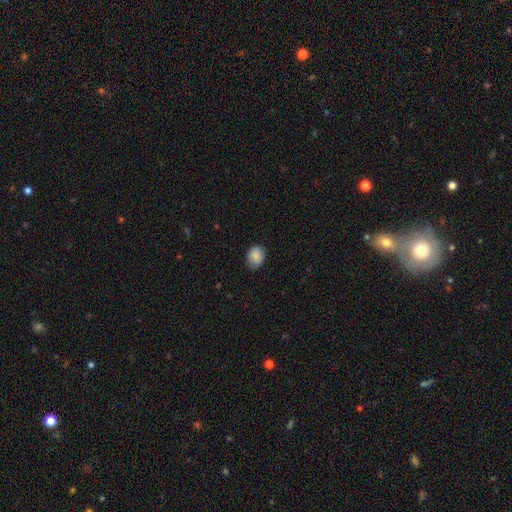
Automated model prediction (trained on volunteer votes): This appears to be a smooth galaxy with no disk features (86%) that is in between round and cigar-shaped (51%). Merging: none (75%).